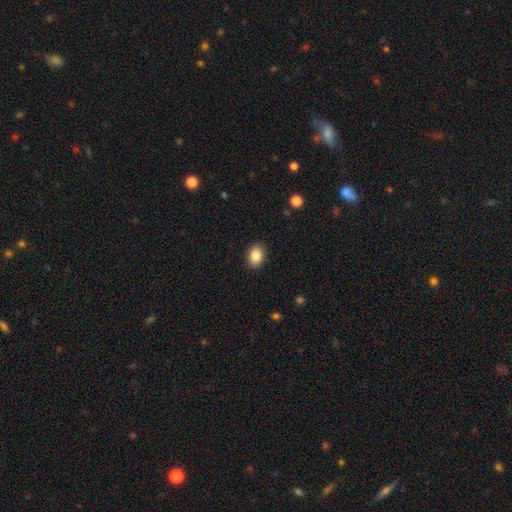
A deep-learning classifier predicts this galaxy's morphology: Smooth or featured? Predicted: smooth (p=0.87). How rounded? Predicted: in between (p=0.73). Merging? Predicted: none (p=0.89).